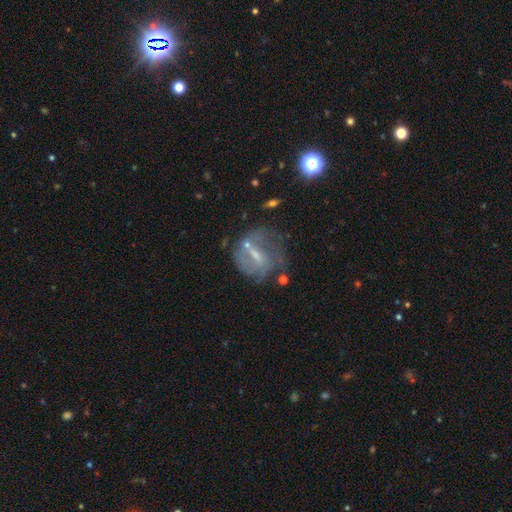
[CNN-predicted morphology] smooth_or_featured: featured or disk (p=0.61) [alt: smooth p=0.27]
disk_edge_on: no (p=0.94) [alt: yes p=0.06]
bar: weak (p=0.49) [alt: no p=0.28]
has_spiral_arms: yes (p=0.52) [alt: no p=0.48]
bulge_size: small (p=0.45) [alt: moderate p=0.34]
merging: none (p=0.46) [alt: major disturbance p=0.23]